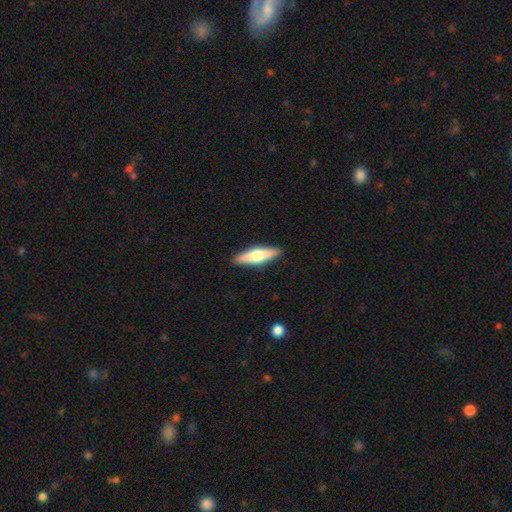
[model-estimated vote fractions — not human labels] A smooth galaxy with no disk features (48%).

Vote fractions:
- Smooth or featured? smooth: 48% / featured or disk: 46% / star or artifact: 6%
- Merging? none: 91% / minor disturbance: 7% / major disturbance: 2% / merger: 1%